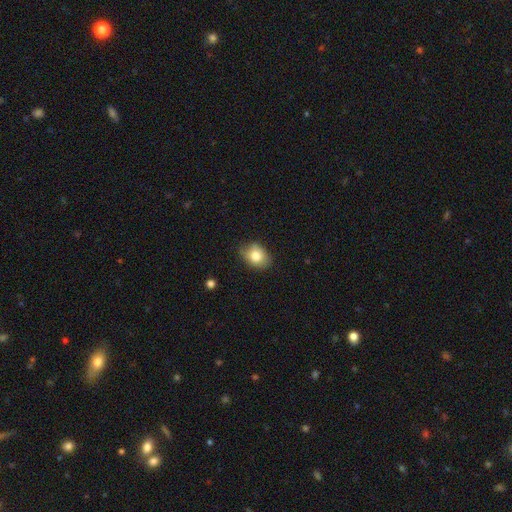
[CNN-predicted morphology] Smooth or featured? Predicted: smooth (p=0.80). How rounded? Predicted: in between (p=0.70). Merging? Predicted: none (p=0.69).